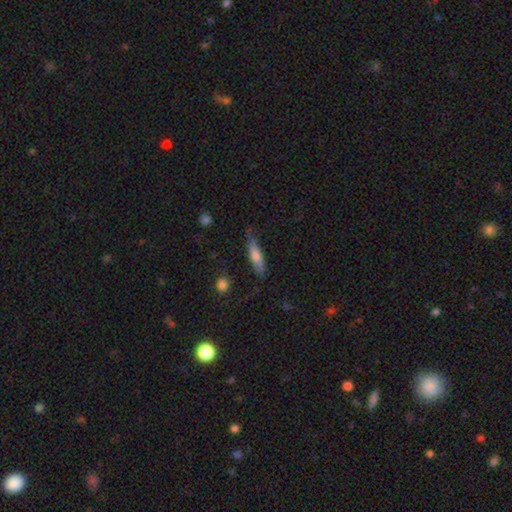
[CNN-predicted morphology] smooth_or_featured: smooth (p=0.72) [alt: featured or disk p=0.22]
how_rounded: cigar-shaped (p=0.66) [alt: in between p=0.32]
merging: none (p=0.74) [alt: minor disturbance p=0.20]